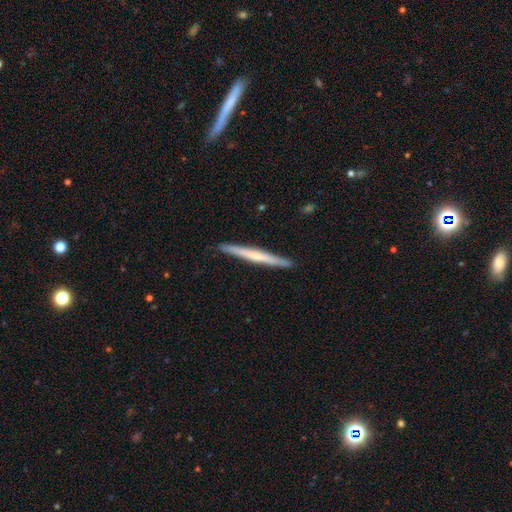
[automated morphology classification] This is possibly a featured or disk galaxy (49%). Merging: clearly none (91%).